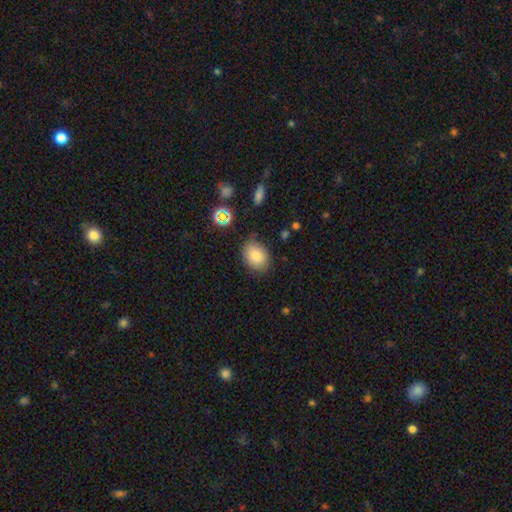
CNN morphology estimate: smooth_or_featured: smooth (p=0.82) [alt: star or artifact p=0.10]
how_rounded: in between (p=0.60) [alt: round p=0.39]
merging: none (p=0.78) [alt: minor disturbance p=0.15]